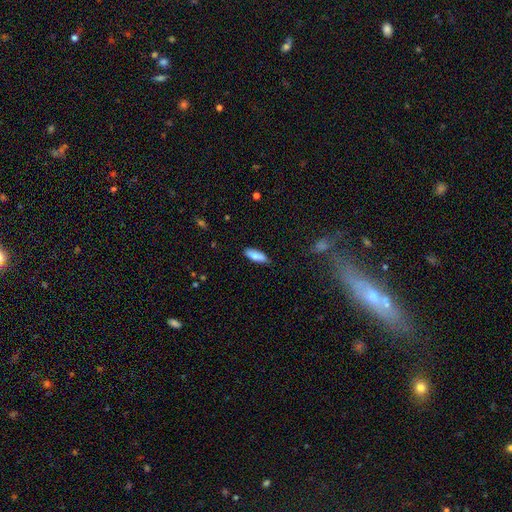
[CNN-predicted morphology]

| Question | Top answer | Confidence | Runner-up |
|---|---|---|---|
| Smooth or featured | smooth | 84% | featured or disk (10%) |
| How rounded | in between | 62% | cigar-shaped (36%) |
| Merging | none | 83% | minor disturbance (14%) |